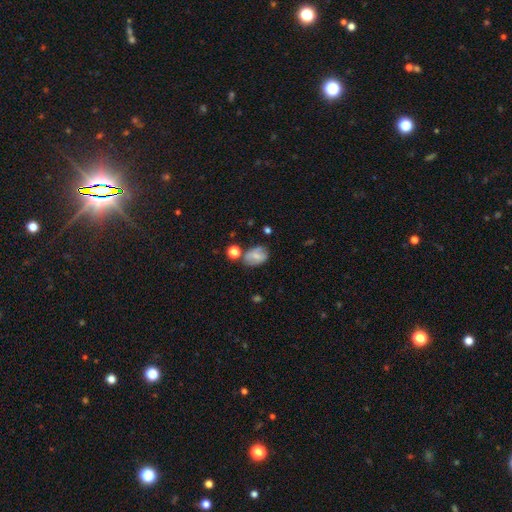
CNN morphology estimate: Q: Smooth or featured?
A: smooth (59%); runner-up: featured or disk (31%)
Q: How rounded?
A: in between (74%); runner-up: round (24%)
Q: Merging?
A: none (56%); runner-up: minor disturbance (24%)